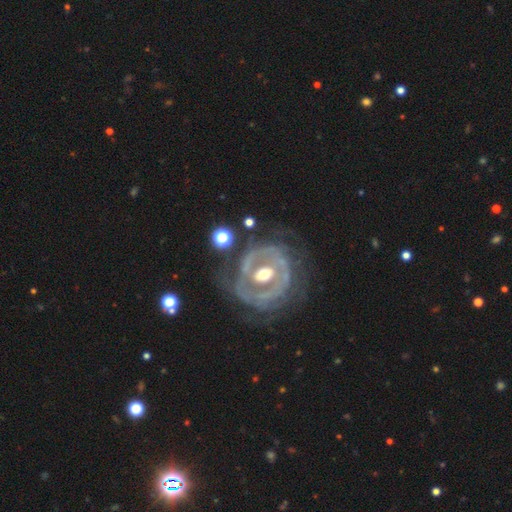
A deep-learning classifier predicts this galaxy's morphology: type=featured or disk (80%); edge-on=no (94%); bar=strong (37%); spiral arms=yes (53%); bulge=moderate (66%); merging=none (71%).